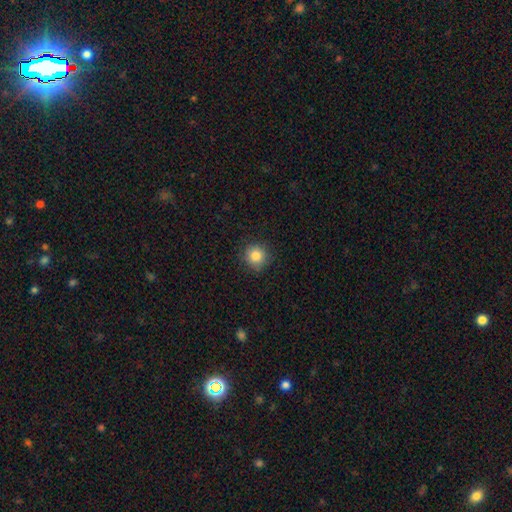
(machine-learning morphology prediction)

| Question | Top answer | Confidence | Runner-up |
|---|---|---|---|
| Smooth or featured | smooth | 85% | star or artifact (10%) |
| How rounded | round | 92% | in between (7%) |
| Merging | none | 88% | minor disturbance (9%) |